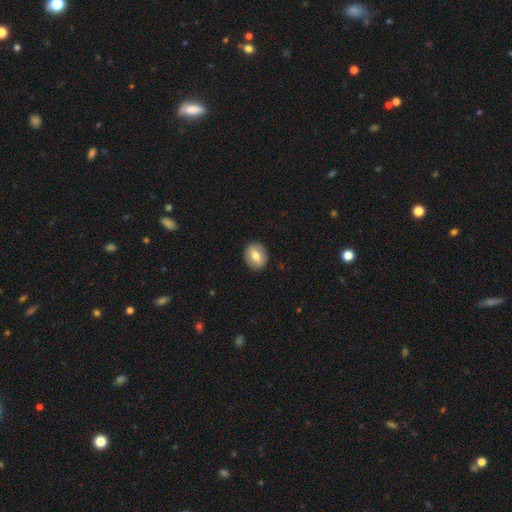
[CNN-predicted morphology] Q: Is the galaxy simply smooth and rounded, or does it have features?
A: smooth — 68%.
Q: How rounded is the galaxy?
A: round — 62%.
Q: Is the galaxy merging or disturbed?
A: none — 90%.